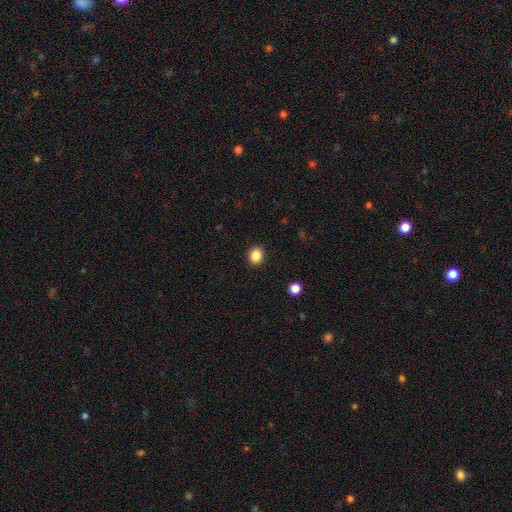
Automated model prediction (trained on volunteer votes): This is clearly a smooth galaxy (87%). How rounded: possibly round (56%). Merging: clearly none (91%).